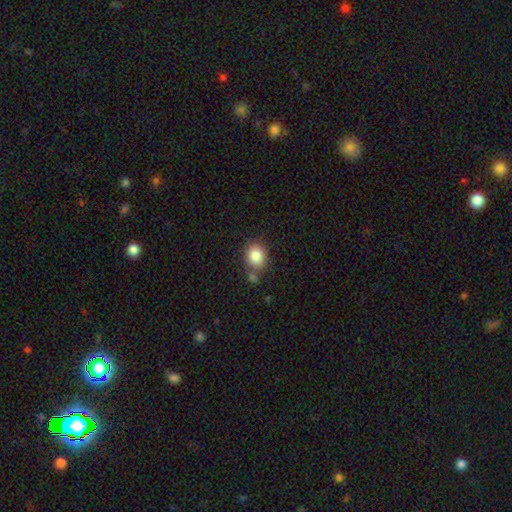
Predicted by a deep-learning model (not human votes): This is clearly a smooth galaxy (84%). How rounded: possibly in between (50%). Merging: likely none (68%).